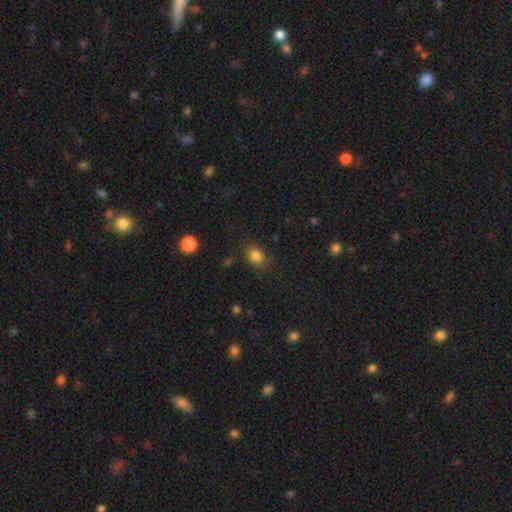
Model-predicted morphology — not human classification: Smooth or featured? smooth (82%)
How rounded? in between (53%)
Merging? none (80%)